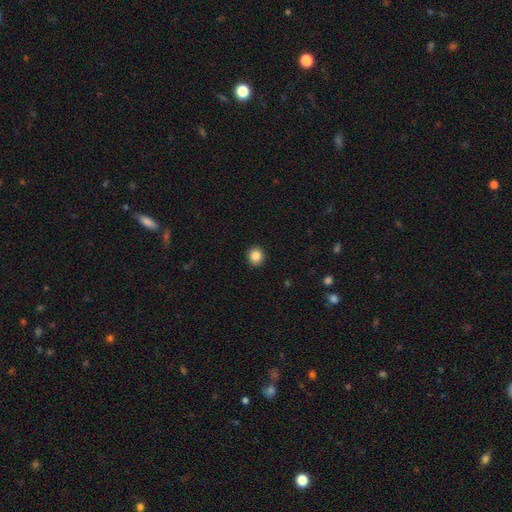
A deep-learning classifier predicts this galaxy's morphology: smooth-or-featured: smooth: 86% | star or artifact: 10% | featured or disk: 4%
  how-rounded: round: 87% | in between: 12% | cigar-shaped: 1%
  merging: none: 92% | minor disturbance: 5% | major disturbance: 2% | merger: 1%